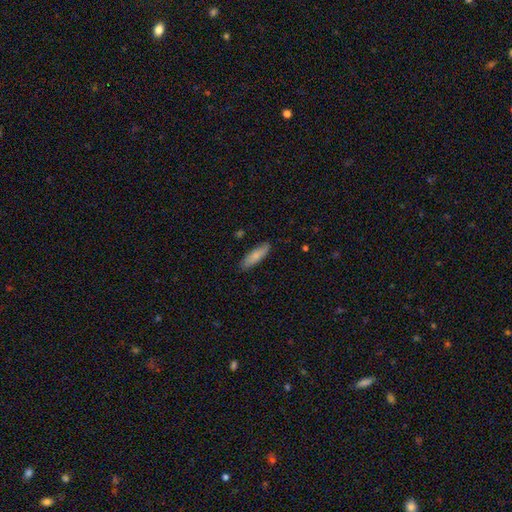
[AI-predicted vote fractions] Smooth or featured?
  - smooth: 77% *
  - featured or disk: 18%
  - star or artifact: 6%
How rounded?
  - cigar-shaped: 56% *
  - in between: 42%
  - round: 2%
Merging?
  - none: 84% *
  - minor disturbance: 13%
  - major disturbance: 2%
  - merger: 1%